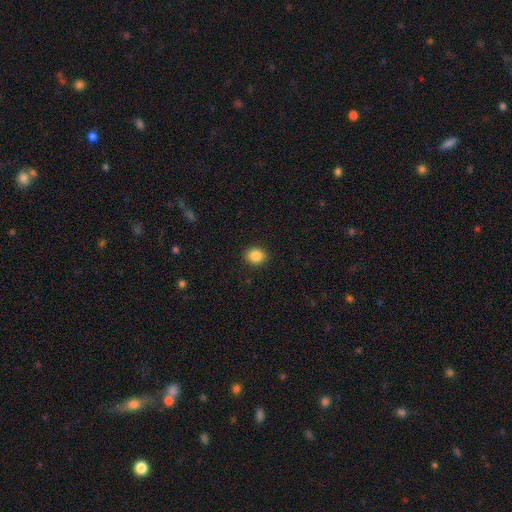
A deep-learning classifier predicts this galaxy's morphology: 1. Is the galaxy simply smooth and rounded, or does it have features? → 86% smooth, 10% star or artifact, 4% featured or disk.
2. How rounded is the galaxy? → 70% round, 29% in between, 1% cigar-shaped.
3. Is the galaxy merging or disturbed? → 91% none, 6% minor disturbance, 2% major disturbance, 1% merger.